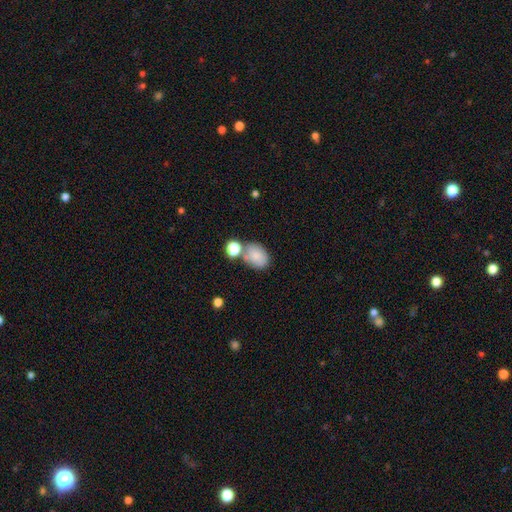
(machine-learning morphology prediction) This is clearly a smooth galaxy (81%). How rounded: likely in between (72%). Merging: possibly none (52%).